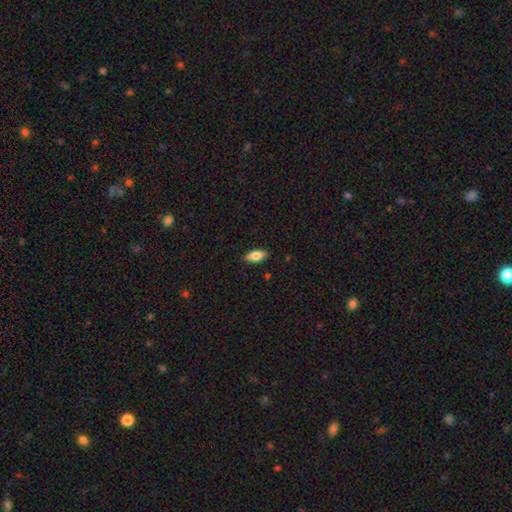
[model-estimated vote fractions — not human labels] smooth 73%, featured or disk 20%, star or artifact 7%. Down the decision tree: how rounded — in between (83%); merging — none (88%).